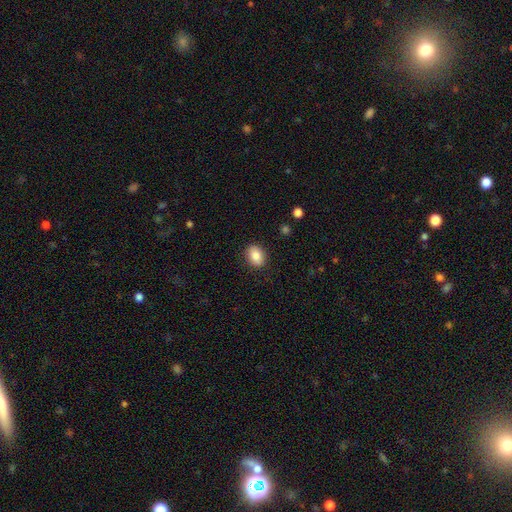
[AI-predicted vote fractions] Q: Smooth or featured?
A: smooth (86%); runner-up: star or artifact (8%)
Q: How rounded?
A: in between (67%); runner-up: round (32%)
Q: Merging?
A: none (89%); runner-up: minor disturbance (8%)